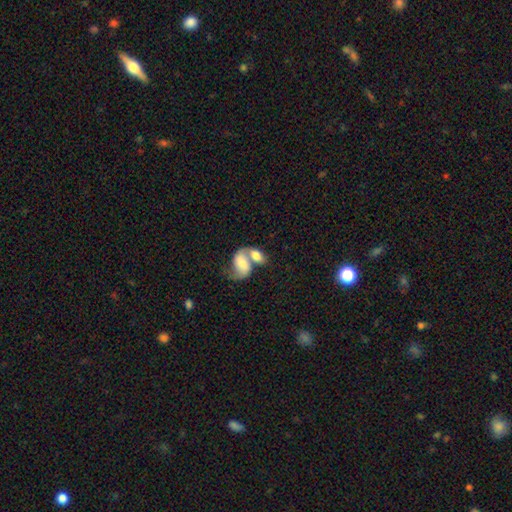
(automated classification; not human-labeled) This is possibly a smooth galaxy (60%). How rounded: clearly in between (87%). Merging: likely merger (72%).